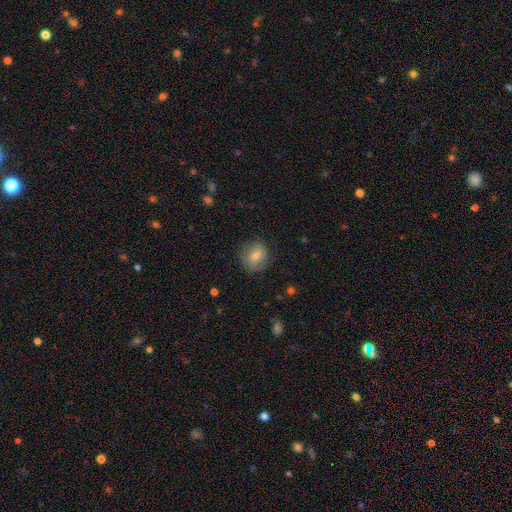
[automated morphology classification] This appears to be a smooth galaxy with no disk features (71%) that is round (71%). Merging: none (74%).